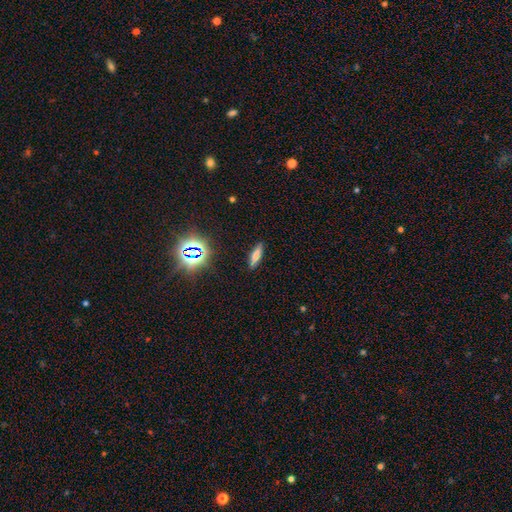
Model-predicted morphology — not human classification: This appears to be a smooth galaxy with no disk features (66%) that is cigar-shaped (67%). Merging: none (89%).